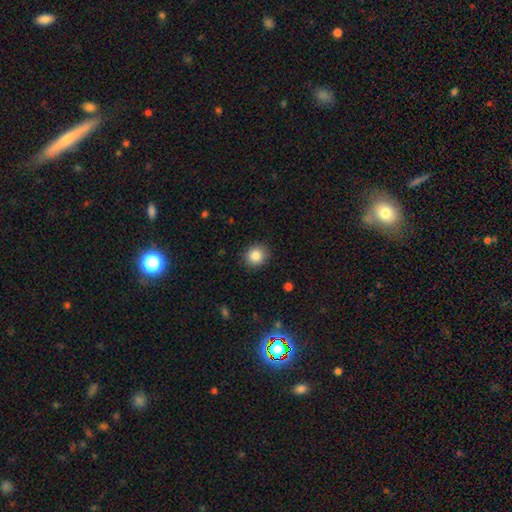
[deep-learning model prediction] Smooth or featured? smooth (85%)
How rounded? round (82%)
Merging? none (89%)